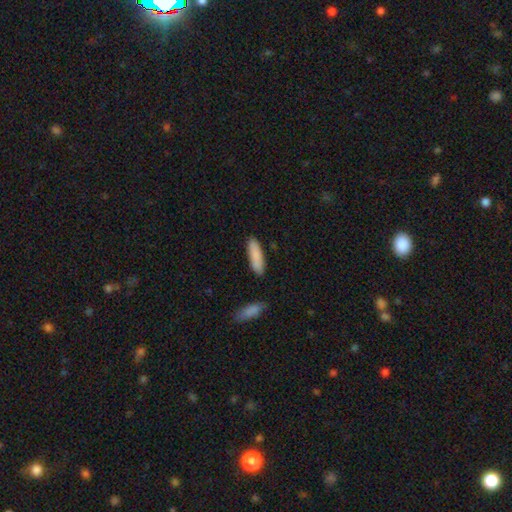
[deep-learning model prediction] Morphology: type=smooth (86%); roundness=cigar-shaped (55%); merging=none (85%).